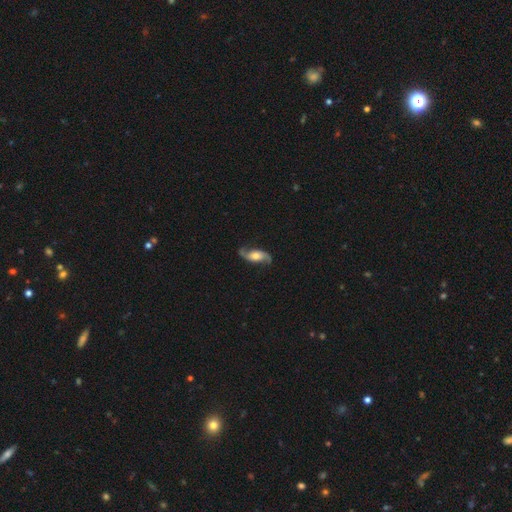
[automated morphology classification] Smooth or featured? Predicted: featured or disk (p=0.82). Edge-on disk? Predicted: no (p=0.93). Bar? Predicted: no (p=0.60). Spiral arms? Predicted: yes (p=0.95). Spiral winding? Predicted: loose (p=0.63). Spiral arm count? Predicted: 2 (p=0.93). Bulge size? Predicted: moderate (p=0.60). Merging? Predicted: none (p=0.79).